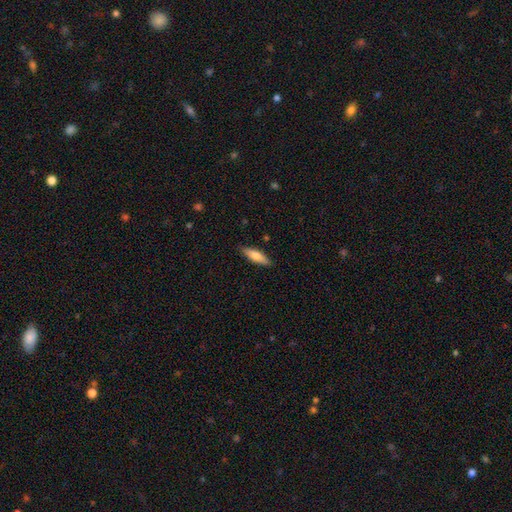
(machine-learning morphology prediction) smooth-or-featured: smooth: 68% | featured or disk: 26% | star or artifact: 6%
  how-rounded: cigar-shaped: 55% | in between: 43% | round: 2%
  merging: none: 87% | minor disturbance: 10% | major disturbance: 2% | merger: 1%